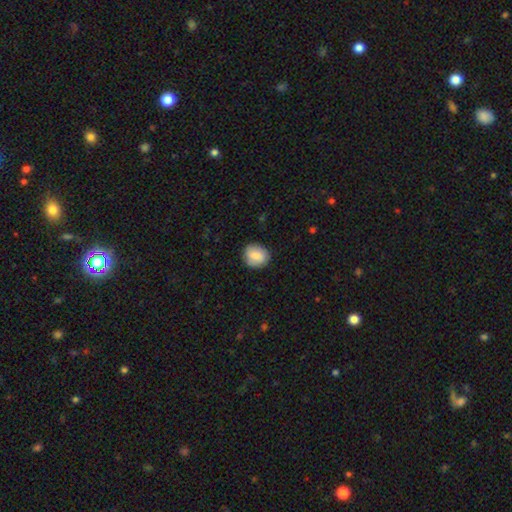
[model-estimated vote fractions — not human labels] This is likely a smooth galaxy (79%). How rounded: likely round (74%). Merging: clearly none (84%).